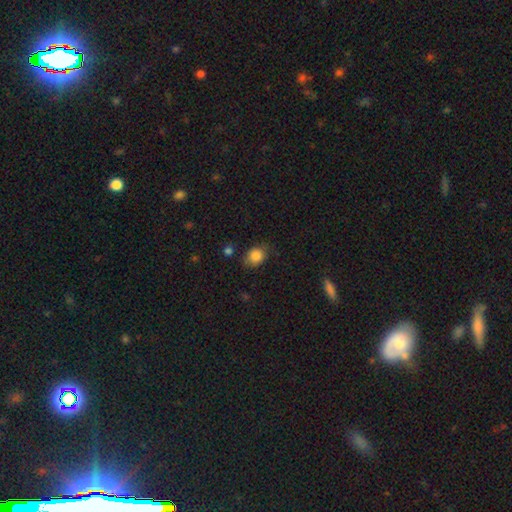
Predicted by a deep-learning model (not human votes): Morphology: type=smooth (85%); roundness=round (51%); merging=none (70%).